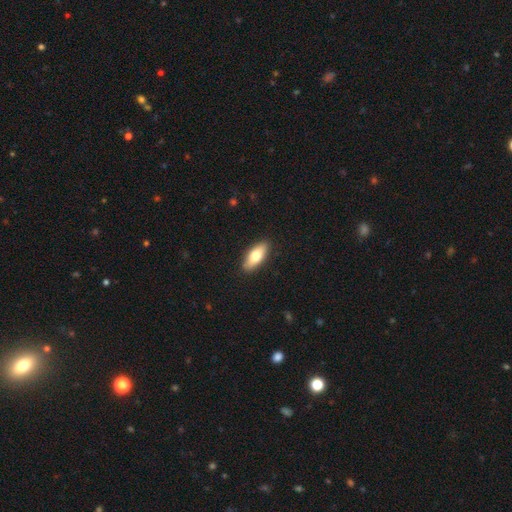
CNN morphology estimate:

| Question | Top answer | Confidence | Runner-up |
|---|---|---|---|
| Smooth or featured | smooth | 72% | featured or disk (23%) |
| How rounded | in between | 75% | cigar-shaped (22%) |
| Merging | none | 89% | minor disturbance (8%) |